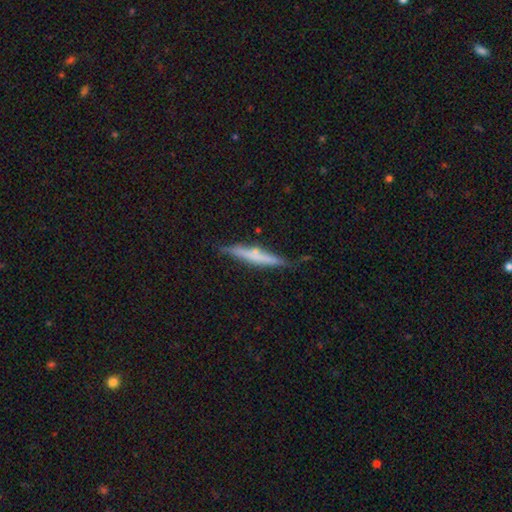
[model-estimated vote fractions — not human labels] smooth 50%, featured or disk 44%, star or artifact 6%. Down the decision tree: merging — none (77%).